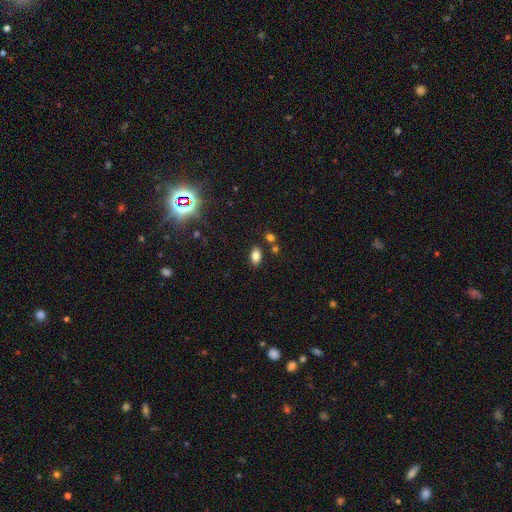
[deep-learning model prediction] This appears to be a smooth galaxy with no disk features (80%) that is in between round and cigar-shaped (89%). Merging: none (81%).